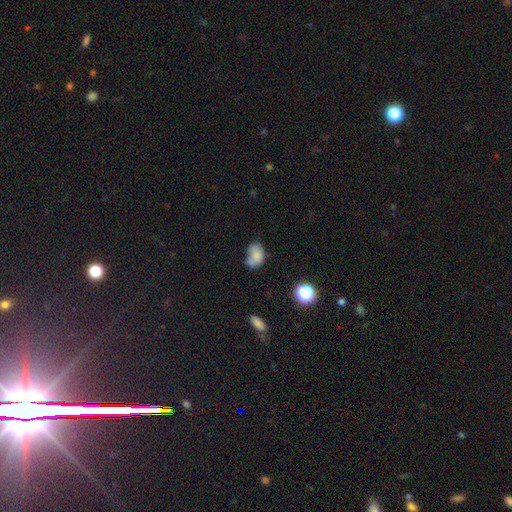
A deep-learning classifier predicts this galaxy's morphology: This appears to be a smooth galaxy with no disk features (74%) that is in between round and cigar-shaped (78%). Merging: none (37%).